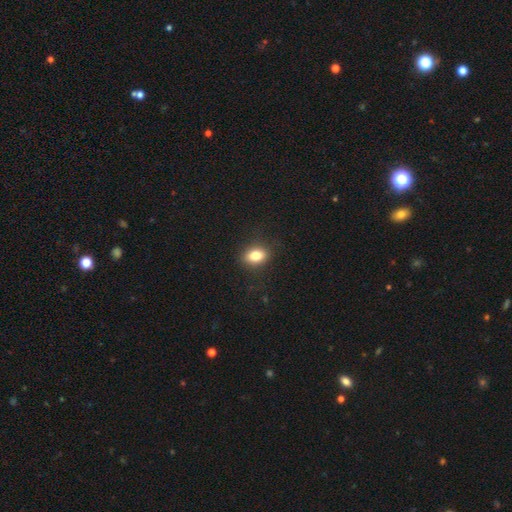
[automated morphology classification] Smooth or featured? Predicted: smooth (p=0.82). How rounded? Predicted: in between (p=0.75). Merging? Predicted: none (p=0.86).